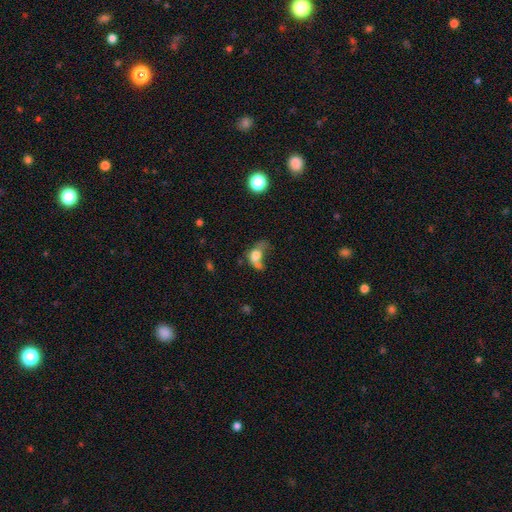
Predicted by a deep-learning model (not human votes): Smooth or featured? Predicted: smooth (p=0.61). How rounded? Predicted: in between (p=0.70). Merging? Predicted: major disturbance (p=0.41).